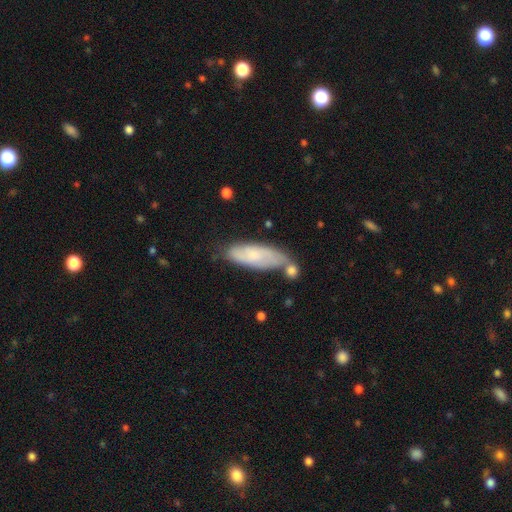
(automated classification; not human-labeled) smooth 61%, featured or disk 33%, star or artifact 6%. Down the decision tree: how rounded — in between (59%); merging — none (50%).